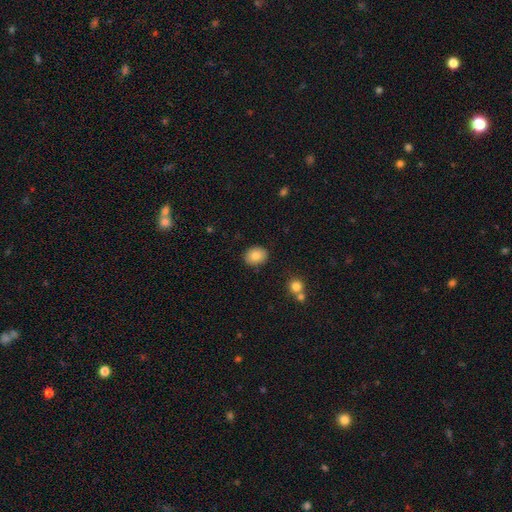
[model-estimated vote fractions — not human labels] smooth-or-featured: smooth: 83% | featured or disk: 9% | star or artifact: 8%
  how-rounded: round: 51% | in between: 48% | cigar-shaped: 1%
  merging: none: 87% | minor disturbance: 9% | major disturbance: 2% | merger: 2%